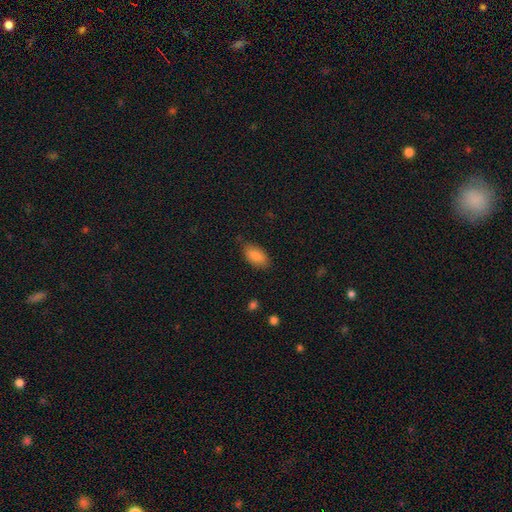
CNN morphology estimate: smooth-or-featured: smooth: 86% | star or artifact: 7% | featured or disk: 7%
  how-rounded: in between: 92% | cigar-shaped: 5% | round: 3%
  merging: none: 79% | minor disturbance: 16% | major disturbance: 3% | merger: 1%